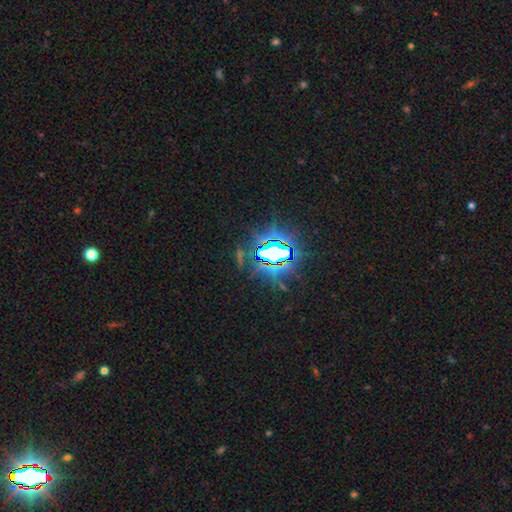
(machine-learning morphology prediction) A star or artifact, not a galaxy (86%).